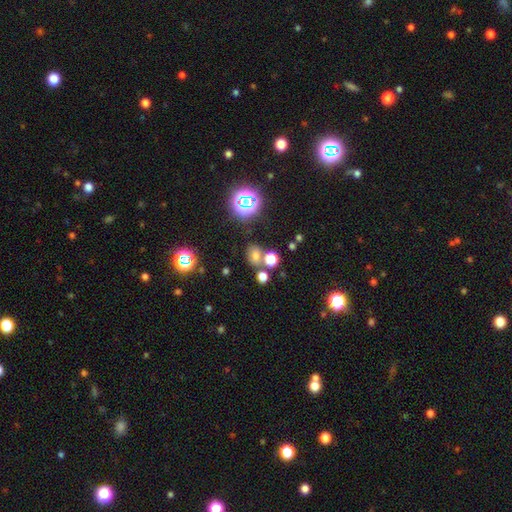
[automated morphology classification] Smooth or featured? Predicted: smooth (p=0.58). How rounded? Predicted: in between (p=0.56). Merging? Predicted: none (p=0.62).